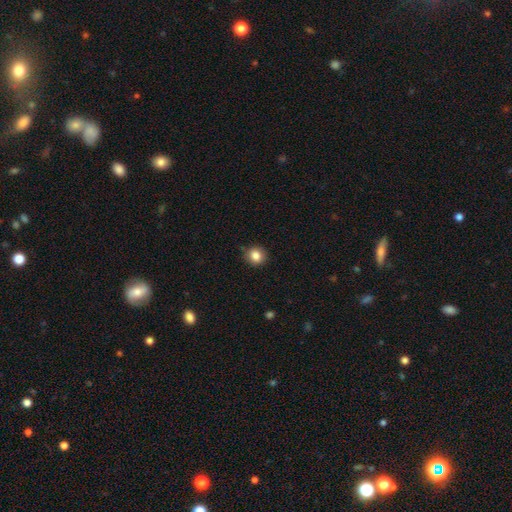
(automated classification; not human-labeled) Morphology: type=smooth (85%); roundness=round (85%); merging=none (86%).